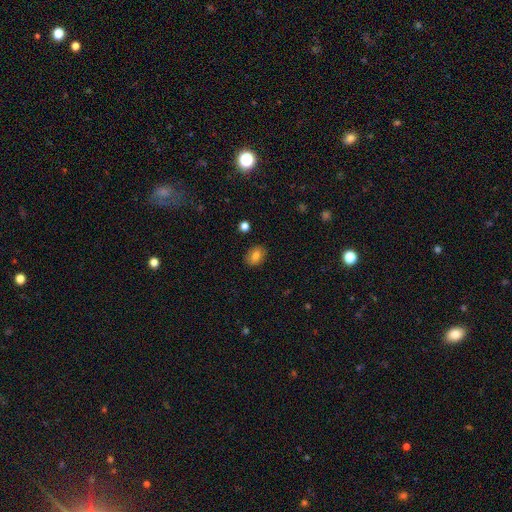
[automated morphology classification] Smooth or featured? Predicted: smooth (p=0.78). How rounded? Predicted: in between (p=0.71). Merging? Predicted: none (p=0.87).